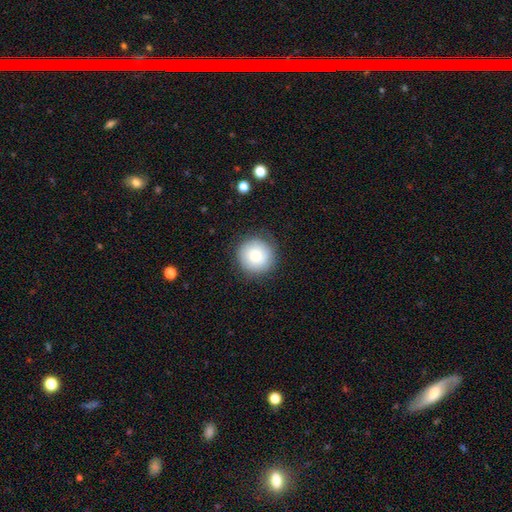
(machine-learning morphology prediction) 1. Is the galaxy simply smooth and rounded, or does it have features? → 77% smooth, 15% featured or disk, 8% star or artifact.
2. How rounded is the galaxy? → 95% round, 4% in between, 1% cigar-shaped.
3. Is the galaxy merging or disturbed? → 85% none, 10% minor disturbance, 3% major disturbance, 1% merger.